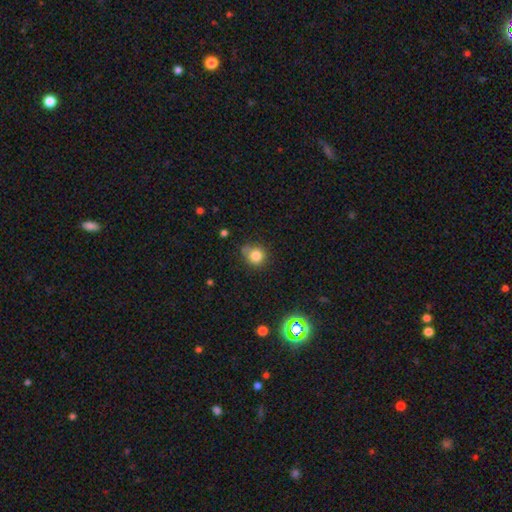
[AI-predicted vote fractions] Q: Smooth or featured?
A: smooth (81%); runner-up: star or artifact (12%)
Q: How rounded?
A: round (83%); runner-up: in between (16%)
Q: Merging?
A: none (63%); runner-up: minor disturbance (27%)